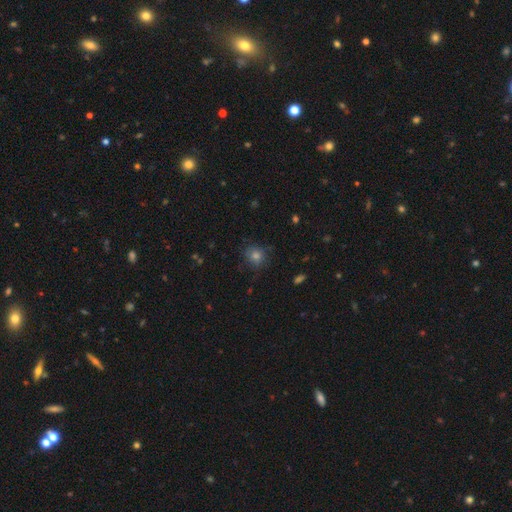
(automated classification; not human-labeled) Smooth or featured?
  - smooth: 71% *
  - star or artifact: 18%
  - featured or disk: 10%
How rounded?
  - round: 84% *
  - in between: 15%
  - cigar-shaped: 1%
Merging?
  - none: 78% *
  - minor disturbance: 15%
  - major disturbance: 5%
  - merger: 2%